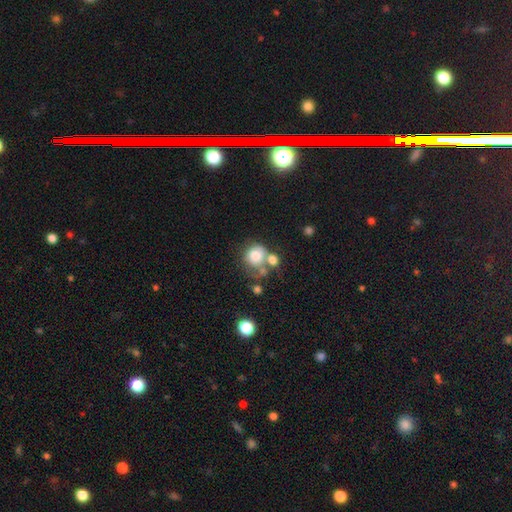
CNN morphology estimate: smooth_or_featured: smooth (p=0.75) [alt: featured or disk p=0.14]
how_rounded: round (p=0.82) [alt: in between p=0.17]
merging: none (p=0.41) [alt: merger p=0.34]